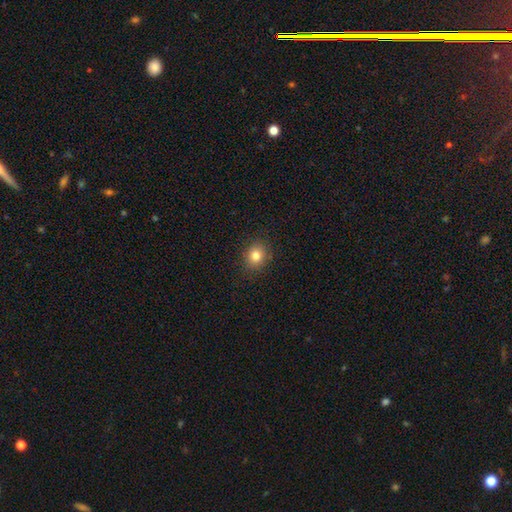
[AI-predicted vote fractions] A smooth galaxy with no disk features (81%) that is round (73%).

Vote fractions:
- Smooth or featured? smooth: 81% / star or artifact: 12% / featured or disk: 7%
- How rounded? round: 73% / in between: 26% / cigar-shaped: 1%
- Merging? none: 89% / minor disturbance: 8% / major disturbance: 2% / merger: 1%